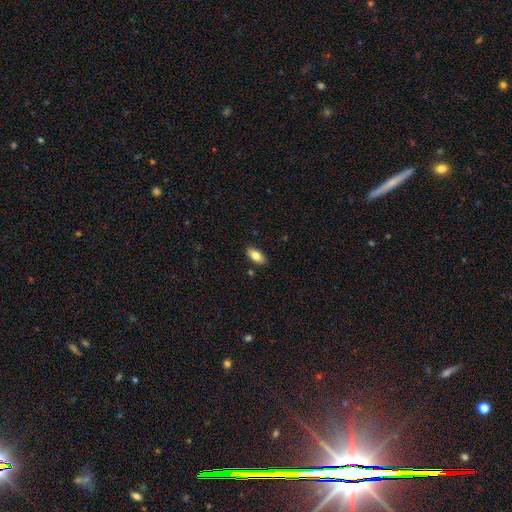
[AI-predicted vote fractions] A smooth galaxy with no disk features (78%) that is in between round and cigar-shaped (90%). Merging: none (87%).